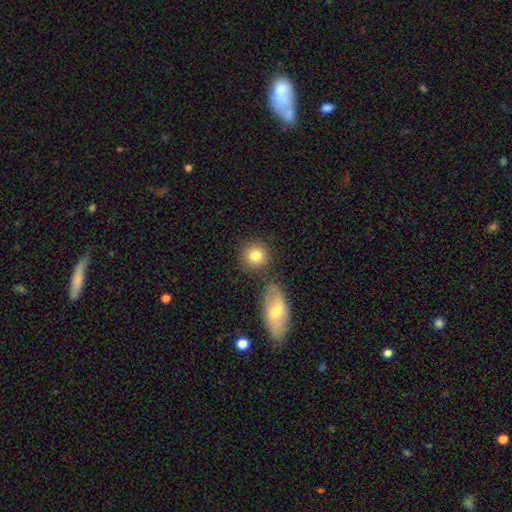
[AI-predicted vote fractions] Smooth or featured? Predicted: smooth (p=0.82). How rounded? Predicted: round (p=0.87). Merging? Predicted: none (p=0.72).